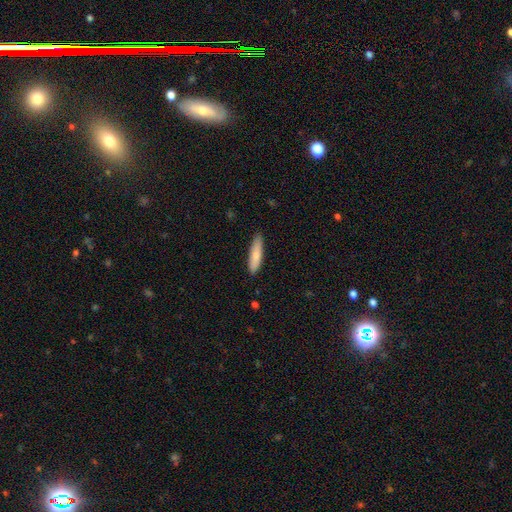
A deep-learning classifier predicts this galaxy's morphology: This is clearly a smooth galaxy (82%). How rounded: likely cigar-shaped (73%). Merging: clearly none (86%).